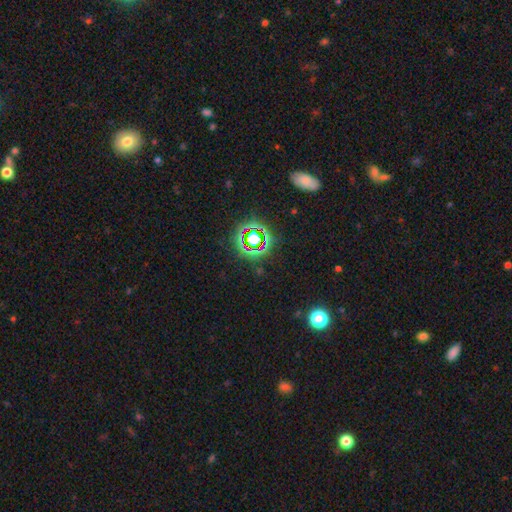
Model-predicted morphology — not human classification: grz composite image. It shows a star or artifact, not a galaxy (74%).